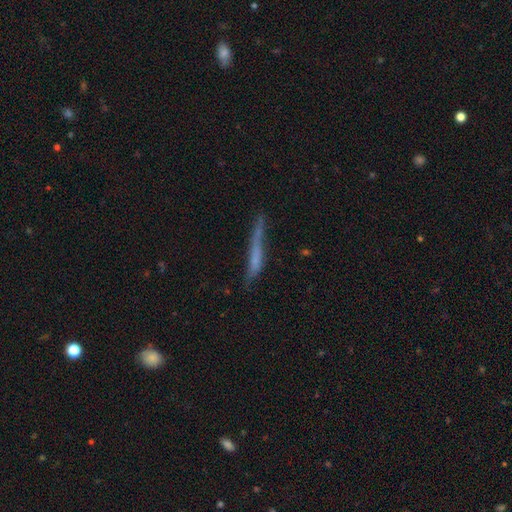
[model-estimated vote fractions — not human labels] Smooth or featured: smooth — 51% (featured or disk — 40%)
How rounded: cigar-shaped — 93% (in between — 5%)
Merging: none — 55% (minor disturbance — 26%)